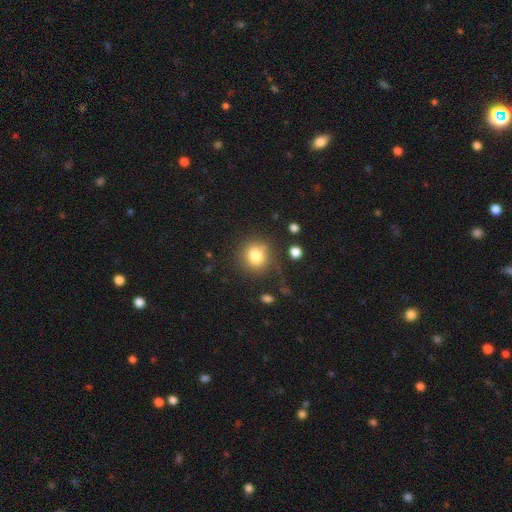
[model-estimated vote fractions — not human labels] smooth_or_featured: smooth (p=0.81) [alt: star or artifact p=0.11]
how_rounded: round (p=0.86) [alt: in between p=0.13]
merging: none (p=0.76) [alt: minor disturbance p=0.14]